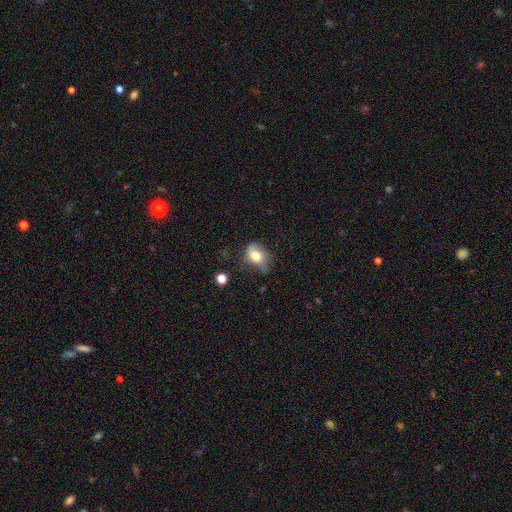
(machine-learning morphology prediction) The model was most divided on "merging": none: 43%, minor disturbance: 35%, major disturbance: 19%, merger: 3%. More confident: smooth or featured — smooth (66%); how rounded — in between (65%).